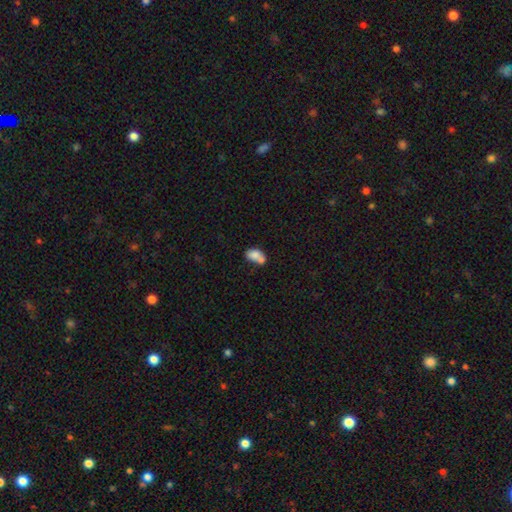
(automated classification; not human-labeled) smooth 77%, featured or disk 14%, star or artifact 8%. Down the decision tree: how rounded — in between (85%); merging — merger (50%).